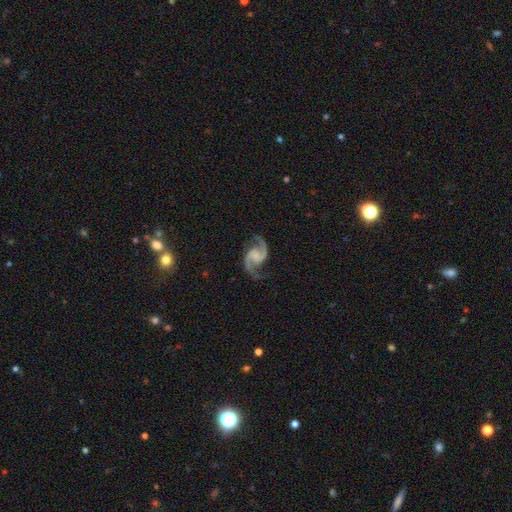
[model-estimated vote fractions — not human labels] A featured or disk galaxy (93%) with no bar (52%), 2 (95%) medium (54%) spiral arms (98%) and a small central bulge (38%, tied with none).

Vote fractions:
- Smooth or featured? featured or disk: 93% / star or artifact: 4% / smooth: 3%
- Edge-on disk? no: 98% / yes: 2%
- Bar? no: 52% / weak: 37% / strong: 11%
- Spiral arms? yes: 98% / no: 2%
- Spiral winding? medium: 54% / loose: 37% / tight: 10%
- Spiral arm count? 2: 95% / can't tell: 1% / 1: 1% / 3: 1% / 4: 1% / more than 4: 1%
- Bulge size? small: 38% (tied) / none: 38% (tied) / moderate: 20% / large: 4% / dominant: 1%
- Merging? none: 79% / minor disturbance: 13% / major disturbance: 6% / merger: 2%